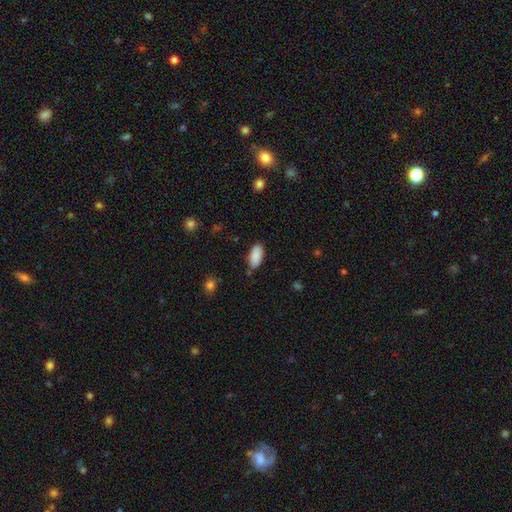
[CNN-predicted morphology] A smooth galaxy with no disk features (89%) that is in between round and cigar-shaped (93%). Merging: none (78%).